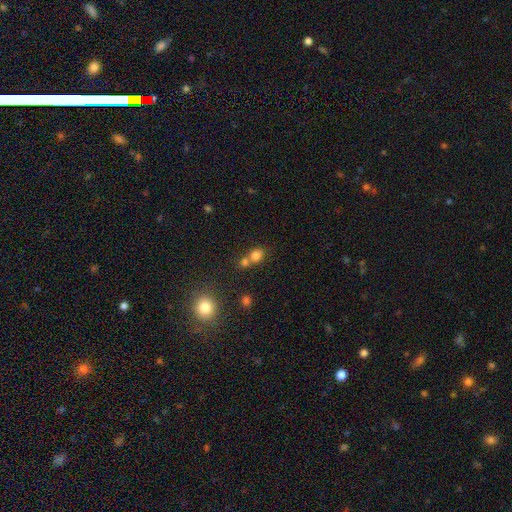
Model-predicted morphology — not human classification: Smooth or featured: smooth — 78% (star or artifact — 14%)
How rounded: round — 66% (in between — 33%)
Merging: merger — 47% (none — 42%)